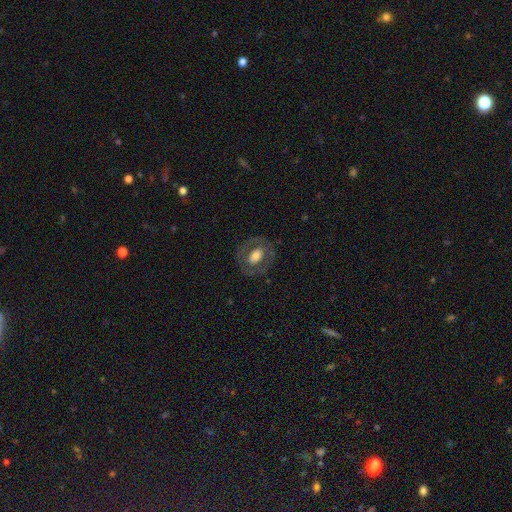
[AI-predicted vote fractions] The model was most divided on "smooth or featured": smooth: 50%, featured or disk: 43%, star or artifact: 7%. More confident: merging — none (79%).